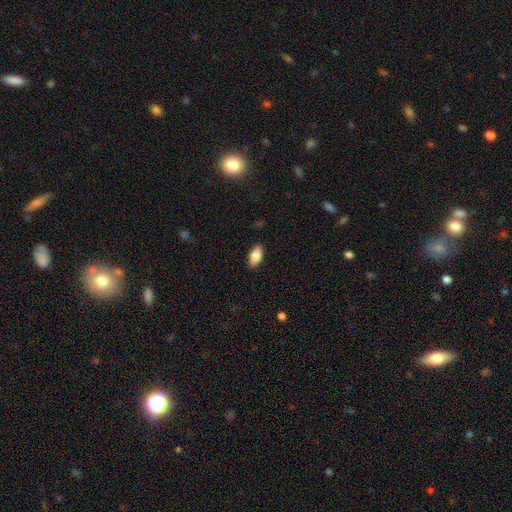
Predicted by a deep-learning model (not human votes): Morphology: type=smooth (82%); roundness=in between (87%); merging=none (89%).